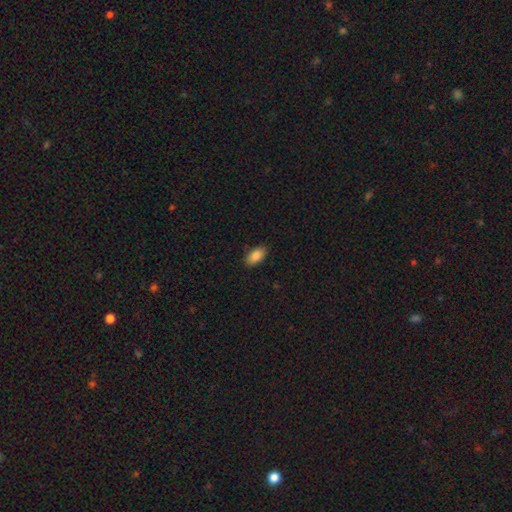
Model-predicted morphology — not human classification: Overall: smooth (87%). How rounded: in between (93%). Merging: none (87%).